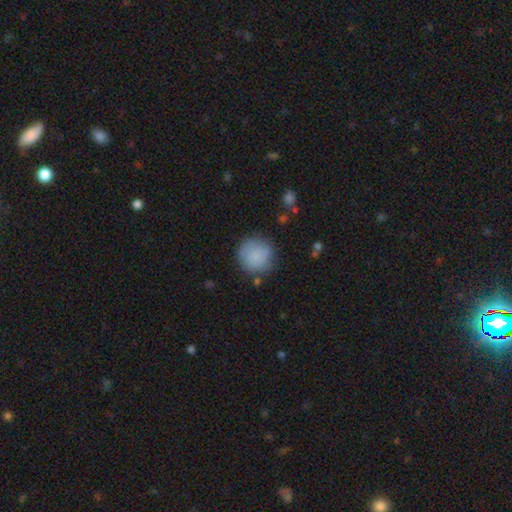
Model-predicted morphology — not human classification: Smooth or featured? Predicted: smooth (p=0.82). How rounded? Predicted: round (p=0.93). Merging? Predicted: none (p=0.73).